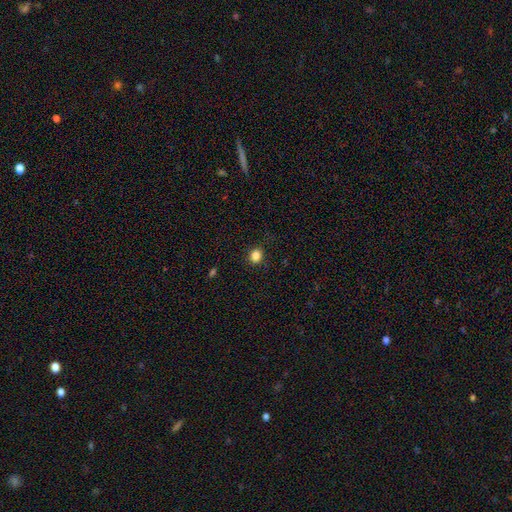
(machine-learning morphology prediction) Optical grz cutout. It shows a smooth galaxy with no disk features (84%) that is round (73%). Merging: none (89%).